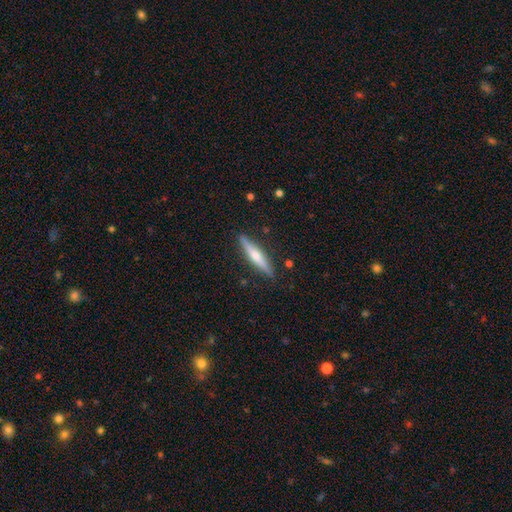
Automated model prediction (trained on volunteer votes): Overall: featured or disk (55%; smooth 39%). Edge-on disk: yes (96%). Edge-on bulge: rounded (78%). Merging: none (89%).